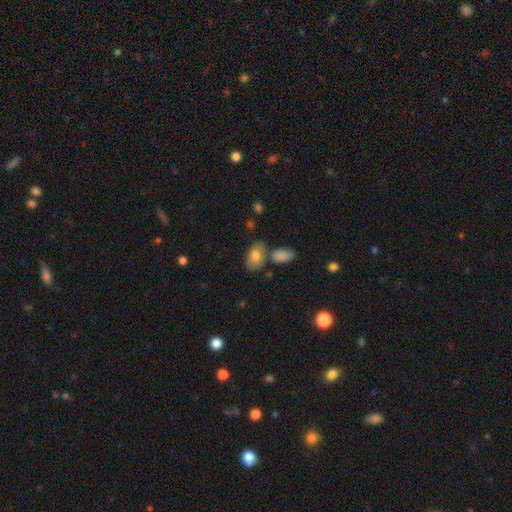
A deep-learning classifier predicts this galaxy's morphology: Q: Smooth or featured?
A: smooth (77%); runner-up: featured or disk (16%)
Q: How rounded?
A: in between (90%); runner-up: round (8%)
Q: Merging?
A: none (62%); runner-up: merger (18%)